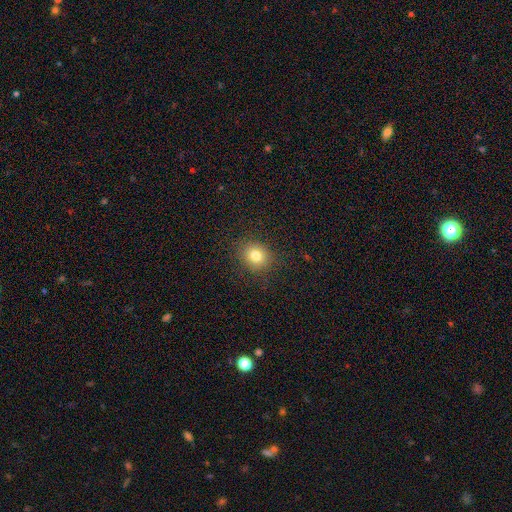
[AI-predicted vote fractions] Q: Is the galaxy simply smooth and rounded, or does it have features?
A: smooth — 80%.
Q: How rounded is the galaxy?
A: round — 78%.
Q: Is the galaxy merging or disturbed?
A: none — 87%.